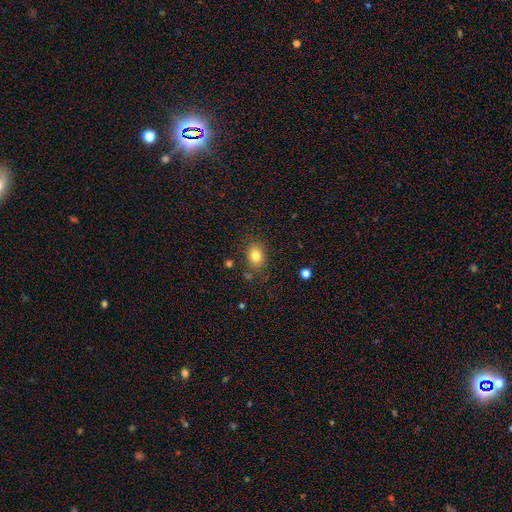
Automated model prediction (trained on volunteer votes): Q: Smooth or featured?
A: smooth (81%); runner-up: star or artifact (11%)
Q: How rounded?
A: in between (57%); runner-up: round (42%)
Q: Merging?
A: none (81%); runner-up: minor disturbance (12%)